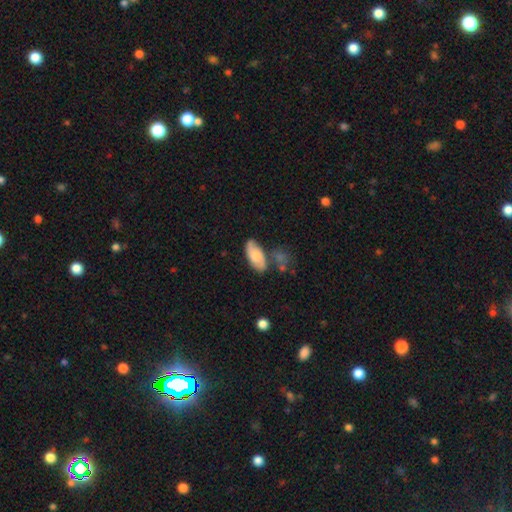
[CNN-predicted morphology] Smooth or featured? Predicted: smooth (p=0.56). How rounded? Predicted: in between (p=0.88). Merging? Predicted: none (p=0.62).